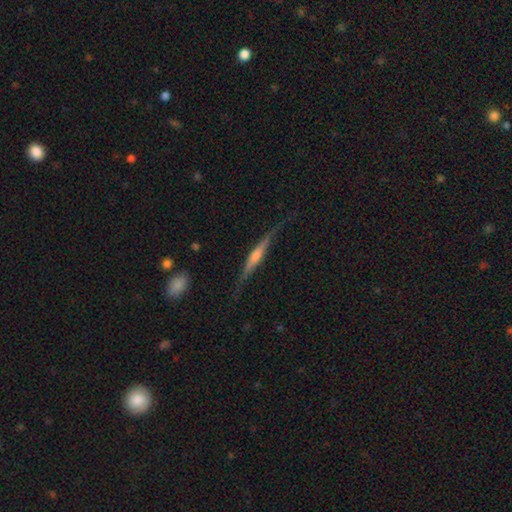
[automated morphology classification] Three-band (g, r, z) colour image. It shows a featured or disk galaxy (76%) viewed edge-on (97%) with a rounded central bulge (72%). Merging: none (77%).